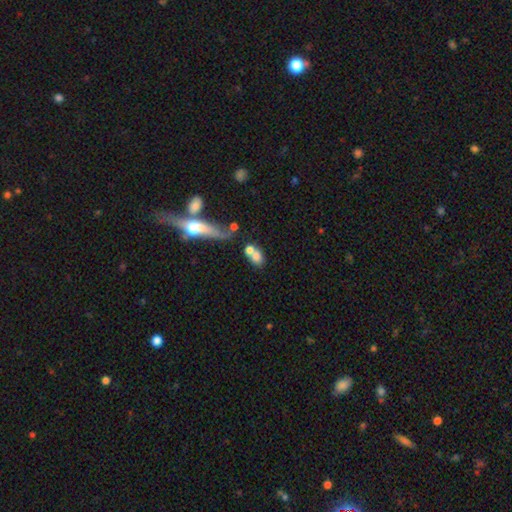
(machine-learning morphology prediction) Overall: smooth (69%). How rounded: in between (61%; round 34%). Merging: merger (51%; none 28%).